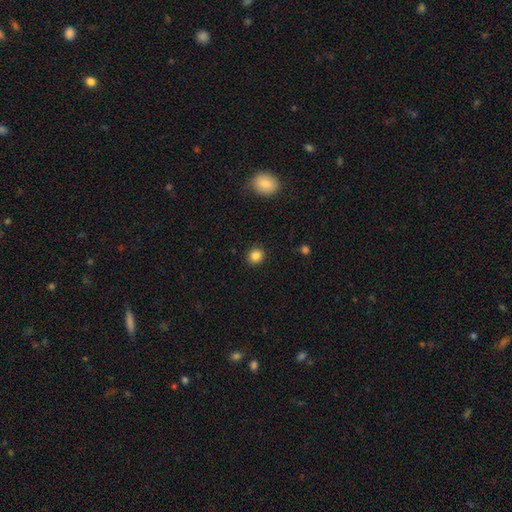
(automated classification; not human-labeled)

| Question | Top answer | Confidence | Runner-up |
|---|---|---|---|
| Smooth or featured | smooth | 85% | star or artifact (10%) |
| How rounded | round | 87% | in between (12%) |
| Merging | none | 91% | minor disturbance (6%) |